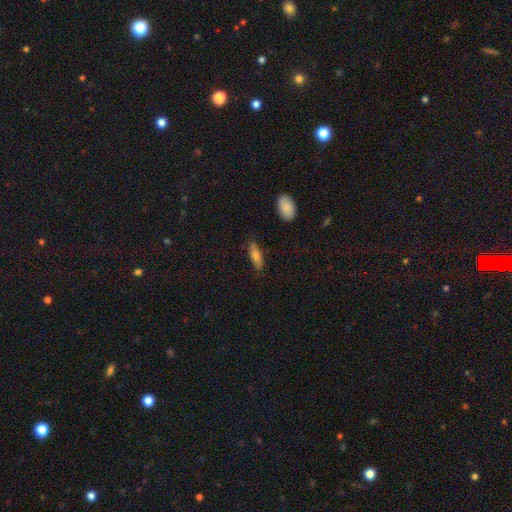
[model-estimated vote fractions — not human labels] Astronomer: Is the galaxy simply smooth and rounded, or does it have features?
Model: smooth — 68%.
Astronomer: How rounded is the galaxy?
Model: in between — 53% (runner-up: cigar-shaped, 44%).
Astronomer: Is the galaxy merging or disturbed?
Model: none — 83%.